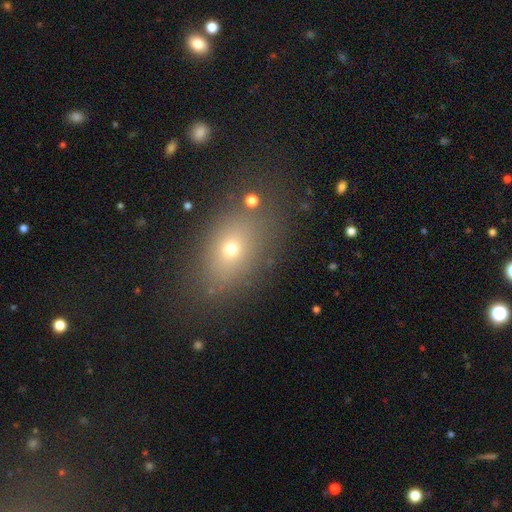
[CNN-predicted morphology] Smooth or featured? smooth (60%)
How rounded? in between (71%)
Merging? none (80%)